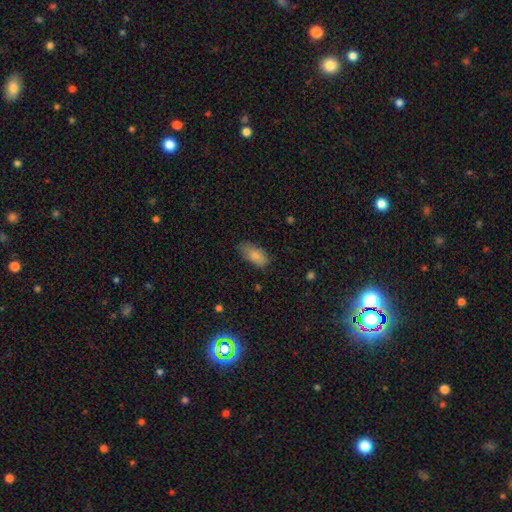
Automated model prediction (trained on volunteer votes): Smooth or featured? Predicted: smooth (p=0.84). How rounded? Predicted: in between (p=0.91). Merging? Predicted: none (p=0.68).